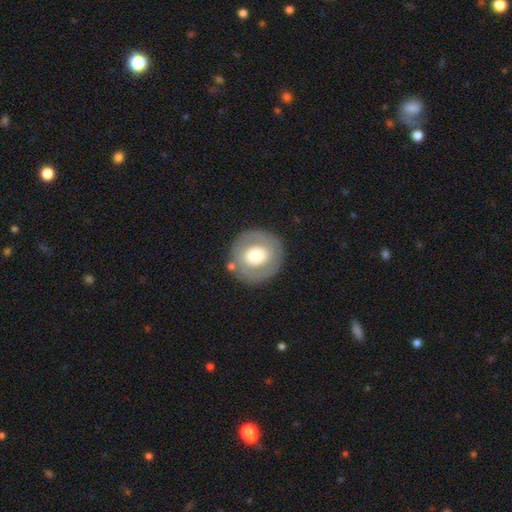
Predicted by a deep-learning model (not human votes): Smooth or featured: smooth — 53% (featured or disk — 40%)
How rounded: round — 91% (in between — 8%)
Merging: none — 81% (minor disturbance — 10%)